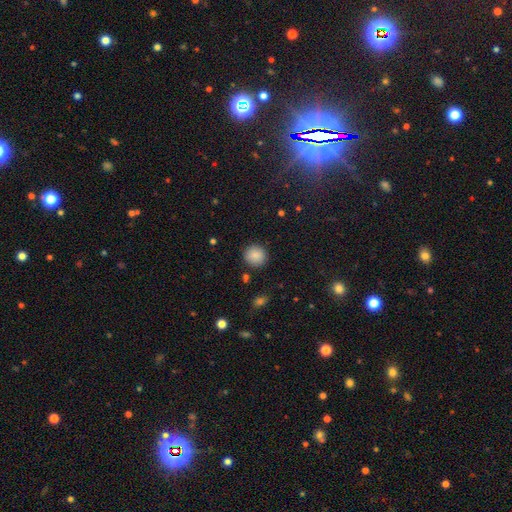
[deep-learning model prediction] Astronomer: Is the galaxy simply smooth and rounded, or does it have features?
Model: smooth — 87%.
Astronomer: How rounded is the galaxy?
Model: round — 91%.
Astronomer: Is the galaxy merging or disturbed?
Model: none — 90%.